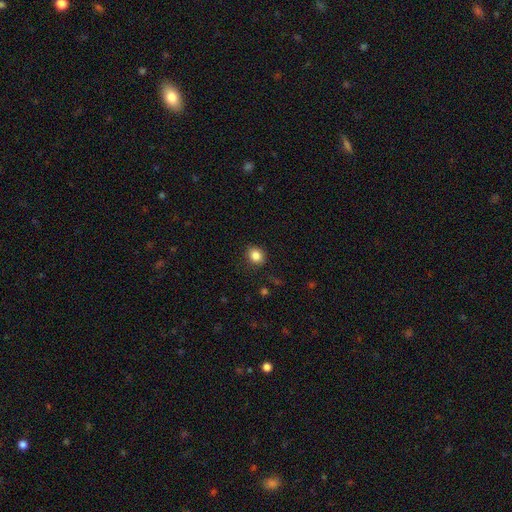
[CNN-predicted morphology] smooth-or-featured: smooth: 85% | star or artifact: 10% | featured or disk: 5%
  how-rounded: round: 64% | in between: 35% | cigar-shaped: 1%
  merging: none: 87% | minor disturbance: 9% | major disturbance: 3% | merger: 1%